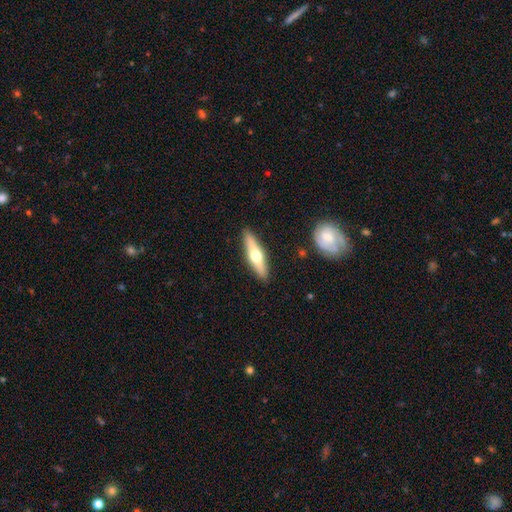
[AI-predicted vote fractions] Q: Smooth or featured?
A: featured or disk (48%); runner-up: smooth (46%)
Q: Merging?
A: none (89%); runner-up: minor disturbance (8%)